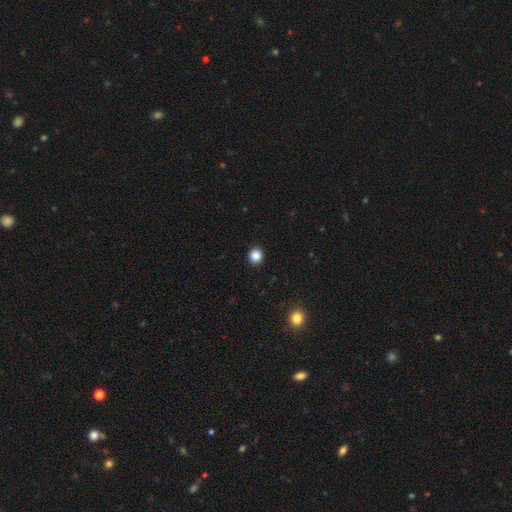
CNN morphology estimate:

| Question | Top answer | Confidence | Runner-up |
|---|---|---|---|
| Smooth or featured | smooth | 86% | star or artifact (11%) |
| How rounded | round | 87% | in between (12%) |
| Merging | none | 92% | minor disturbance (5%) |